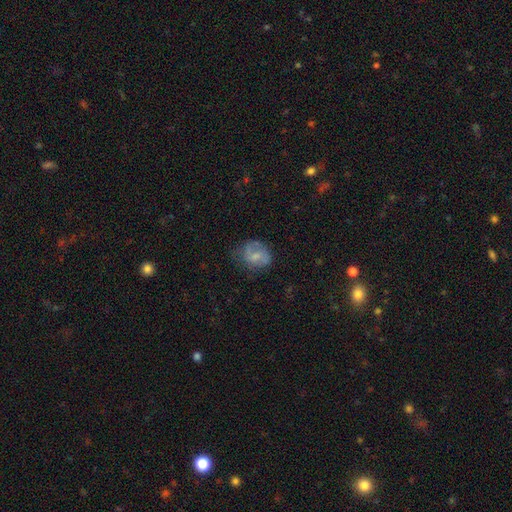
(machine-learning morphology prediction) Smooth or featured? Predicted: smooth (p=0.48). Merging? Predicted: none (p=0.52).